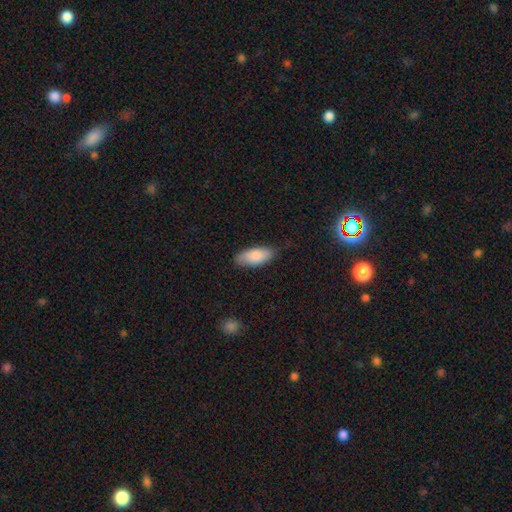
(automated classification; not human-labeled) Smooth or featured: smooth — 83% (featured or disk — 12%)
How rounded: in between — 86% (cigar-shaped — 12%)
Merging: none — 75% (minor disturbance — 20%)